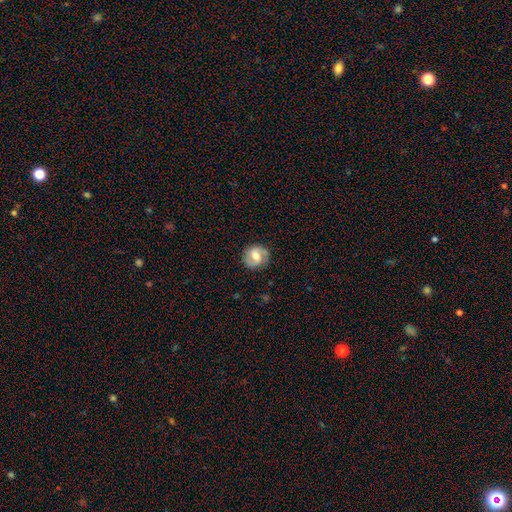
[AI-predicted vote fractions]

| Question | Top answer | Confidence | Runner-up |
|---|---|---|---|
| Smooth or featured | featured or disk | 67% | smooth (26%) |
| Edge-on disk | no | 97% | yes (3%) |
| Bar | weak | 52% | no (26%) |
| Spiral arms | yes | 88% | no (12%) |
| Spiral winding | medium | 49% | tight (28%) |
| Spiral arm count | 2 | 87% | can't tell (6%) |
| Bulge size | moderate | 64% | small (18%) |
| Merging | none | 83% | minor disturbance (12%) |